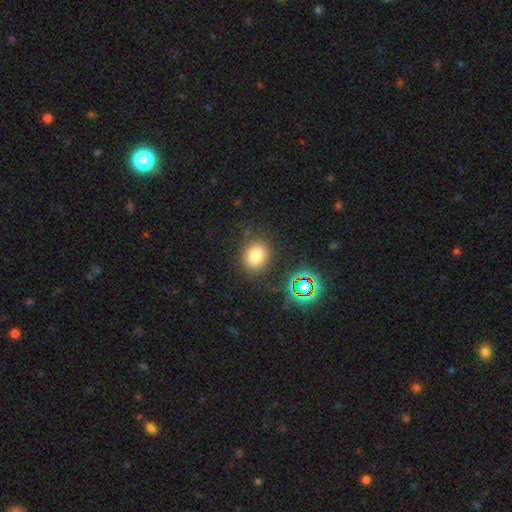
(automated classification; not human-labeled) Q: Smooth or featured?
A: smooth (76%); runner-up: star or artifact (16%)
Q: How rounded?
A: round (56%); runner-up: in between (43%)
Q: Merging?
A: none (80%); runner-up: minor disturbance (12%)